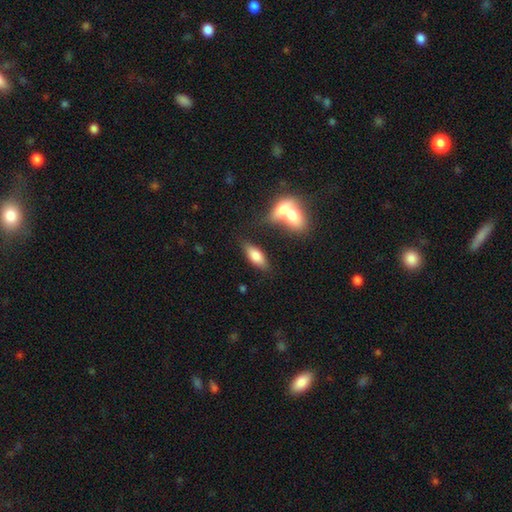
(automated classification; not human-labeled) Smooth or featured?
  - smooth: 77% *
  - featured or disk: 16%
  - star or artifact: 7%
How rounded?
  - in between: 78% *
  - cigar-shaped: 19%
  - round: 3%
Merging?
  - none: 67% *
  - merger: 15%
  - minor disturbance: 13%
  - major disturbance: 4%